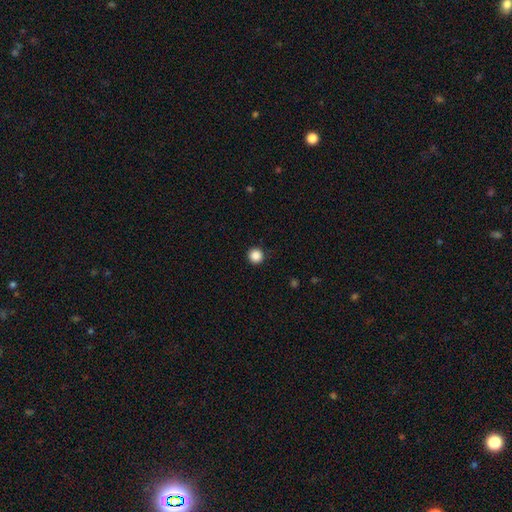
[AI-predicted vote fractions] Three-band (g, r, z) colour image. It shows a smooth galaxy with no disk features (87%) that is round (96%). Merging: none (92%).